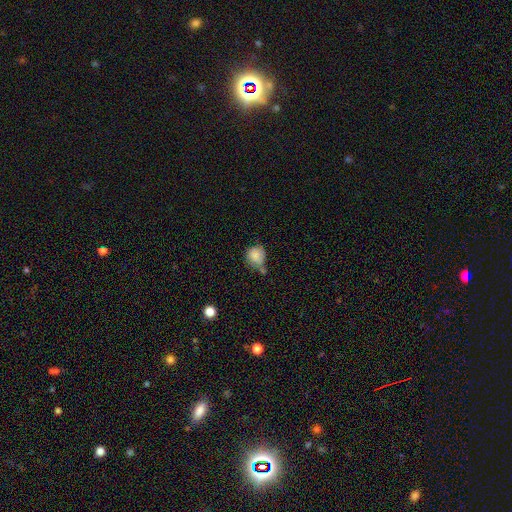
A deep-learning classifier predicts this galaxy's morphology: Smooth or featured? smooth (82%)
How rounded? round (80%)
Merging? none (44%)